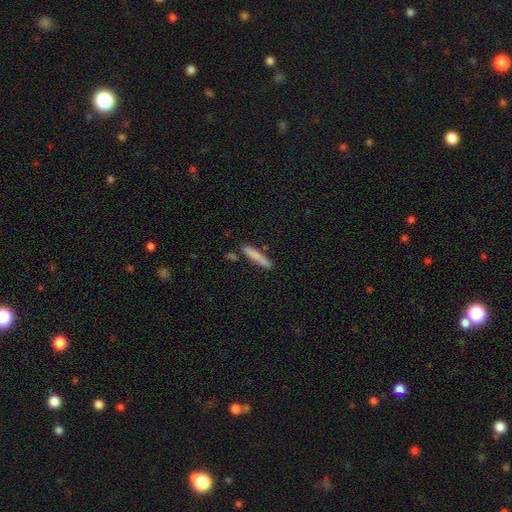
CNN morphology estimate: Smooth or featured? Predicted: smooth (p=0.79). How rounded? Predicted: cigar-shaped (p=0.92). Merging? Predicted: none (p=0.81).